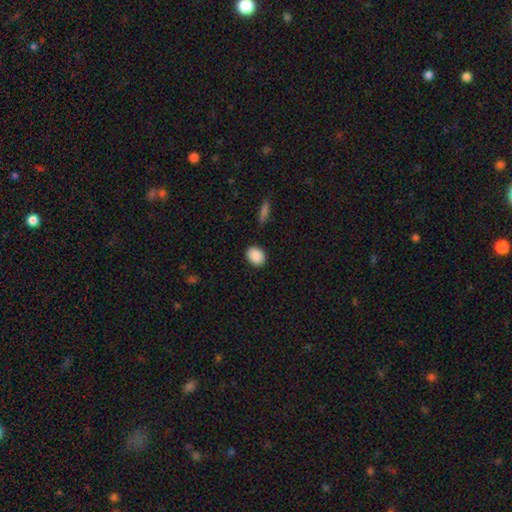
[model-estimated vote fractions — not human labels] A smooth galaxy with no disk features (89%) that is in between round and cigar-shaped (54%).

Vote fractions:
- Smooth or featured? smooth: 89% / star or artifact: 8% / featured or disk: 3%
- How rounded? in between: 54% / round: 44% / cigar-shaped: 1%
- Merging? none: 88% / minor disturbance: 8% / major disturbance: 2% / merger: 2%